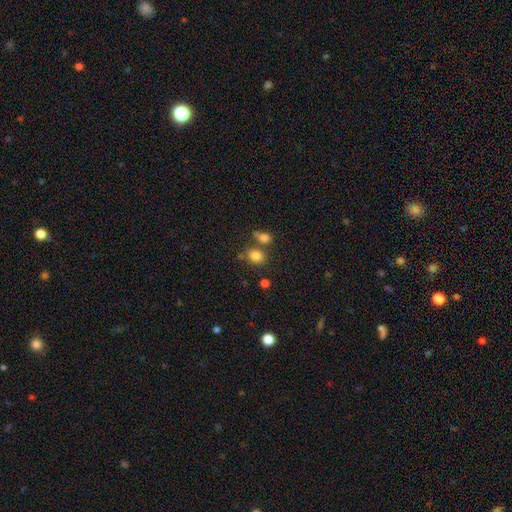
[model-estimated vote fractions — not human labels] Smooth or featured? Predicted: smooth (p=0.80). How rounded? Predicted: in between (p=0.54). Merging? Predicted: none (p=0.62).